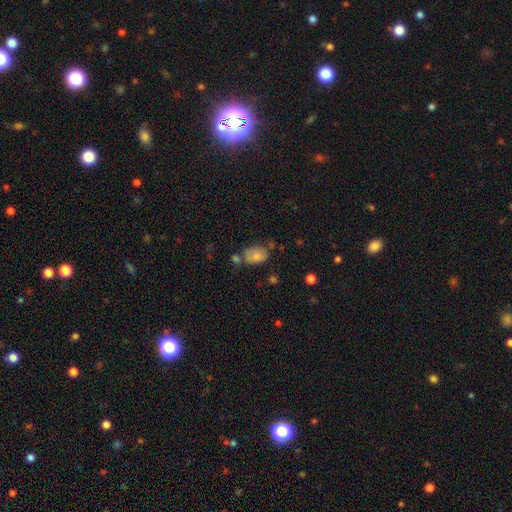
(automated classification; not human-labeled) Smooth or featured? Predicted: smooth (p=0.79). How rounded? Predicted: in between (p=0.84). Merging? Predicted: none (p=0.51).